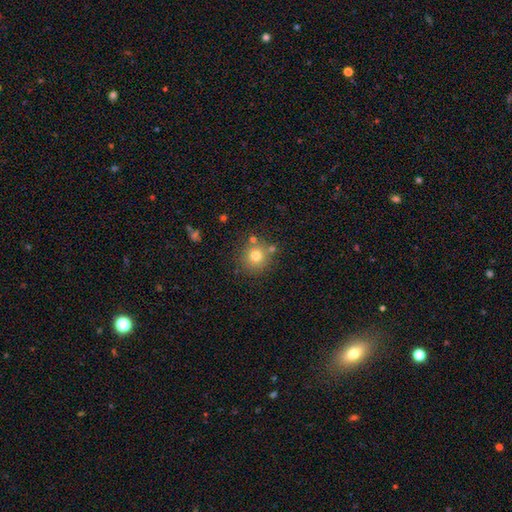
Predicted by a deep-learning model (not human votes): smooth-or-featured: smooth: 75% | star or artifact: 14% | featured or disk: 11%
  how-rounded: round: 90% | in between: 9% | cigar-shaped: 1%
  merging: none: 76% | minor disturbance: 10% | merger: 10% | major disturbance: 4%